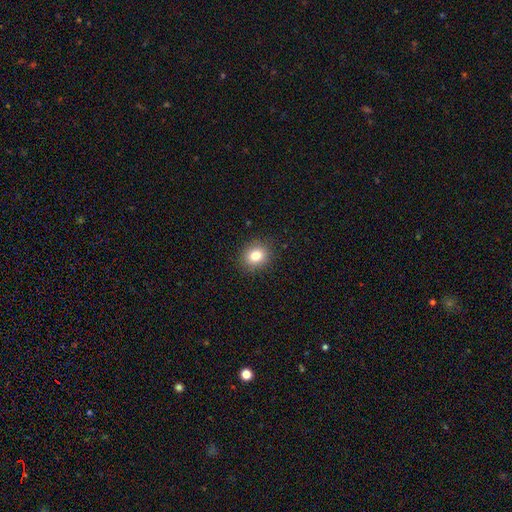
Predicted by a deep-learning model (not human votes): The model was most divided on "how rounded": round: 67%, in between: 32%, cigar-shaped: 1%. More confident: merging — none (89%); smooth or featured — smooth (82%).